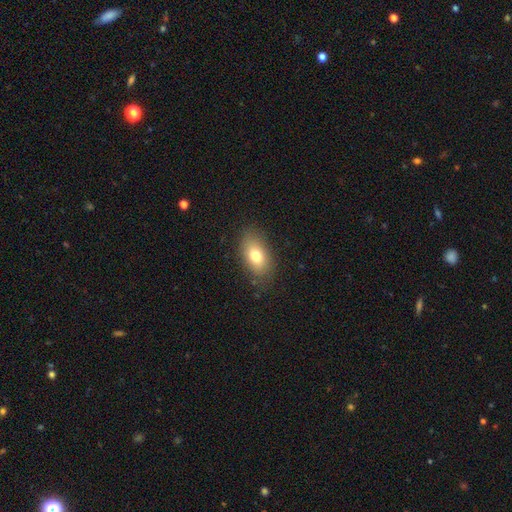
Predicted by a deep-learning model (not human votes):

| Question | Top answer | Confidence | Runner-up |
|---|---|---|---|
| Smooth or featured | smooth | 75% | featured or disk (15%) |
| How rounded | in between | 89% | round (8%) |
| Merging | none | 82% | minor disturbance (13%) |